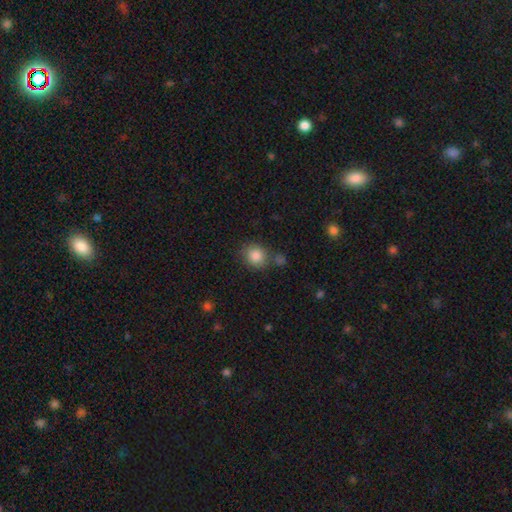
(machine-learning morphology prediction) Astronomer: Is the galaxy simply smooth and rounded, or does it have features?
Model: smooth — 85%.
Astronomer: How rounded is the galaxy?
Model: round — 79%.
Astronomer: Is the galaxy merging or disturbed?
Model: none — 70%.